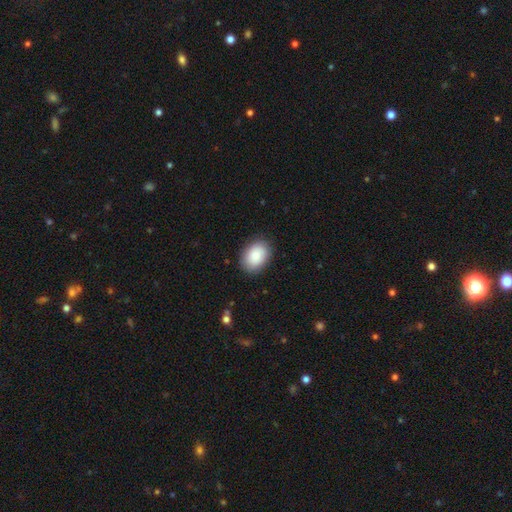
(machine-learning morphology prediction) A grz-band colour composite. It shows a smooth galaxy with no disk features (84%) that is in between round and cigar-shaped (74%). Merging: none (86%).